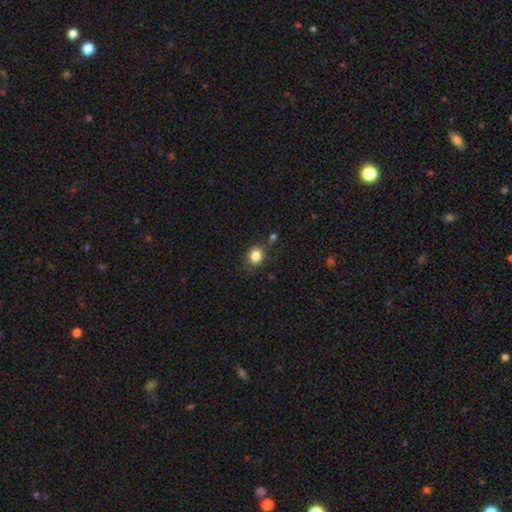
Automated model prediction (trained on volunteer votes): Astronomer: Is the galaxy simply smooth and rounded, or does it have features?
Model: smooth — 84%.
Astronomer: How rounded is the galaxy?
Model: round — 75%.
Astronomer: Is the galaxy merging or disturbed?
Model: none — 74%.